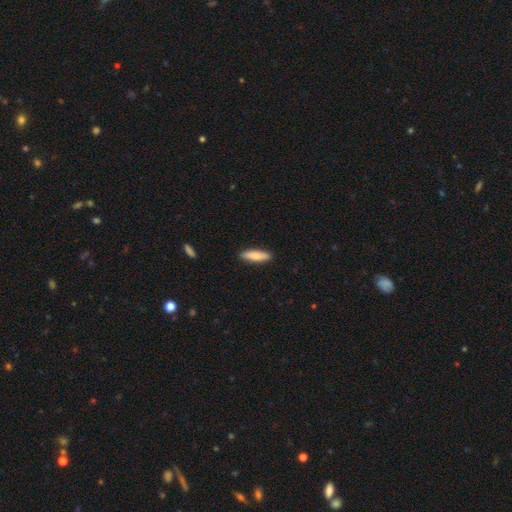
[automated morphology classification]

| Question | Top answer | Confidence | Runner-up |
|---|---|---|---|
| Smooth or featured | smooth | 80% | featured or disk (15%) |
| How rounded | cigar-shaped | 69% | in between (30%) |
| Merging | none | 89% | minor disturbance (8%) |